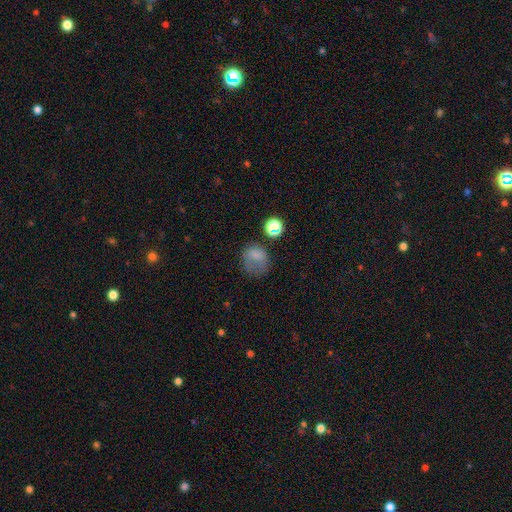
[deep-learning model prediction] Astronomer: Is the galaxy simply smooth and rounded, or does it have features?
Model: smooth — 71%.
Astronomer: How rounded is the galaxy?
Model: round — 59% (runner-up: in between, 40%).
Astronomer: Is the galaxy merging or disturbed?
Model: none — 45% (runner-up: minor disturbance, 26%).